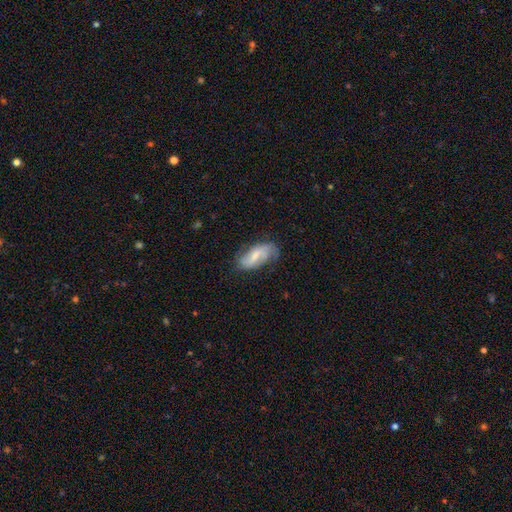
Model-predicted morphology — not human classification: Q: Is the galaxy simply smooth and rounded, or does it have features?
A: featured or disk — 51%.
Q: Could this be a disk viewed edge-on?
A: no — 93%.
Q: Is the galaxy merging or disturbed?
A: none — 60%.